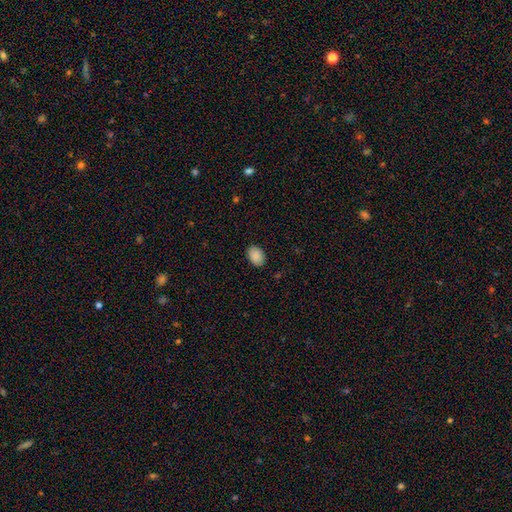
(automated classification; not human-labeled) Smooth or featured? smooth (90%)
How rounded? in between (81%)
Merging? none (88%)